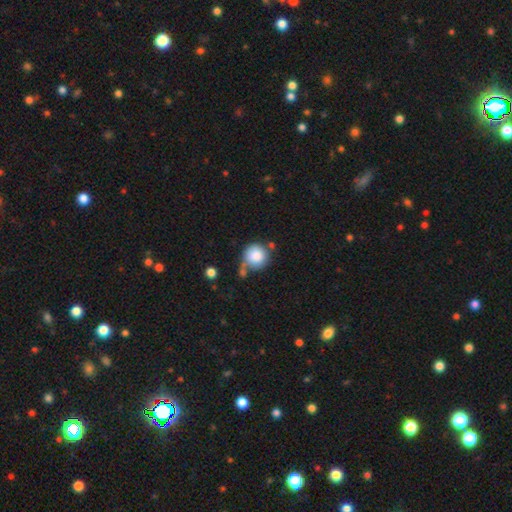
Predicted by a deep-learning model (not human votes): This appears to be a smooth galaxy with no disk features (85%) that is round (93%). Merging: none (57%).